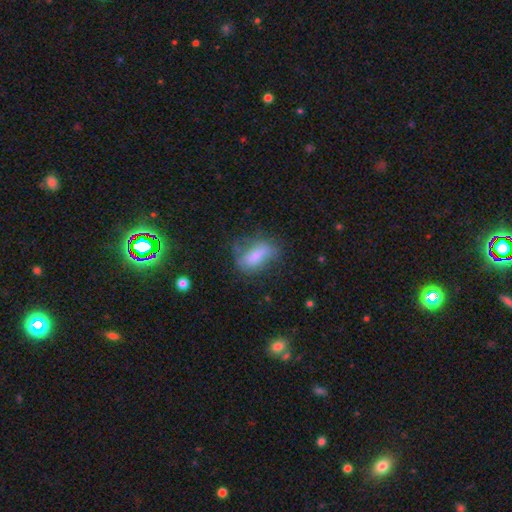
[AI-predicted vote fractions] smooth-or-featured: smooth: 68% | featured or disk: 23% | star or artifact: 9%
  how-rounded: in between: 82% | cigar-shaped: 13% | round: 6%
  merging: none: 47% | minor disturbance: 30% | major disturbance: 19% | merger: 3%